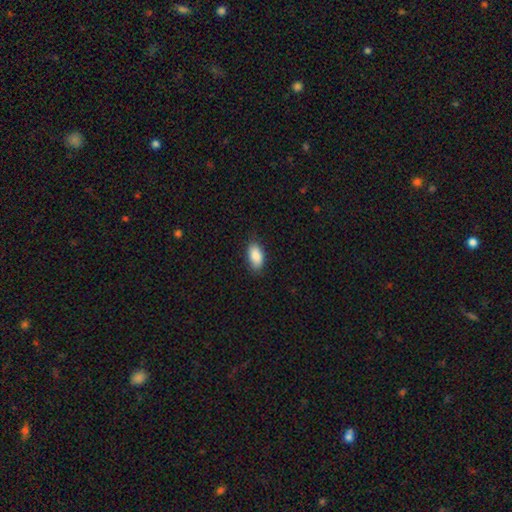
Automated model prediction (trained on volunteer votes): The model was most divided on "merging": none: 82%, minor disturbance: 15%, major disturbance: 3%, merger: 1%. More confident: how rounded — in between (93%); smooth or featured — smooth (88%).